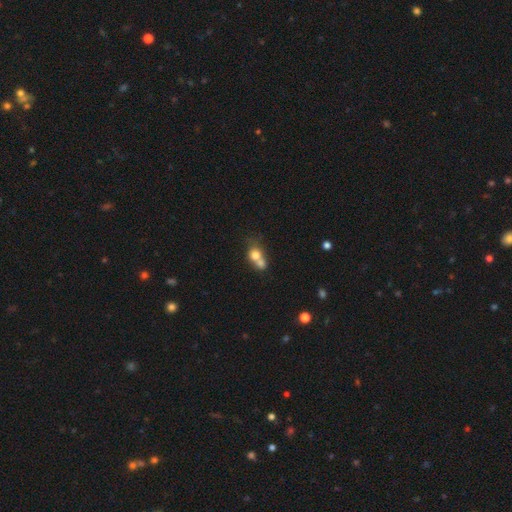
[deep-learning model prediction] Morphology: type=smooth (70%); roundness=round (63%); merging=merger (64%).